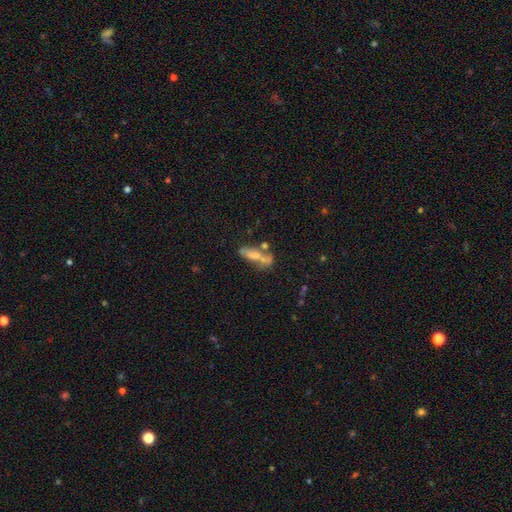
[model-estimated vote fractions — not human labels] Smooth or featured? smooth (49%)
Merging? merger (36%)